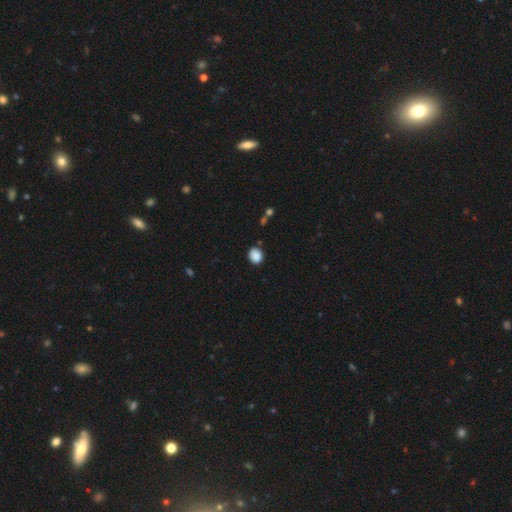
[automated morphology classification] This is clearly a smooth galaxy (88%). How rounded: likely round (62%). Merging: clearly none (83%).